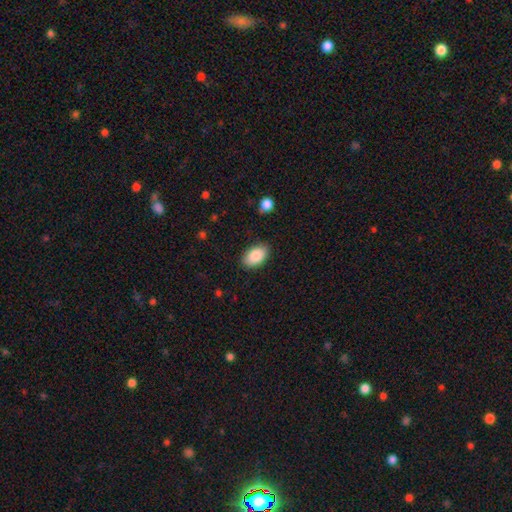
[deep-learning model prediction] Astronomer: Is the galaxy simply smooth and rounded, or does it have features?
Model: smooth — 87%.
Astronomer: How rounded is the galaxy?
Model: in between — 93%.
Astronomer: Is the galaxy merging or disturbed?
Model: none — 86%.